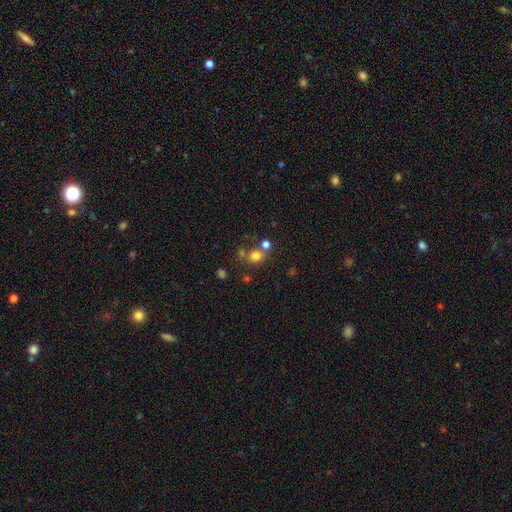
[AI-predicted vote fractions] Overall: smooth (74%). How rounded: round (82%). Merging: none (59%; merger 27%).